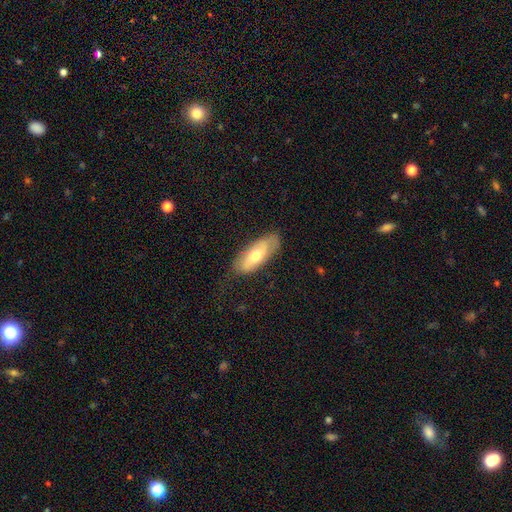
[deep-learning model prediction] Smooth or featured?
  - smooth: 57% *
  - featured or disk: 37%
  - star or artifact: 6%
How rounded?
  - in between: 76% *
  - cigar-shaped: 22%
  - round: 2%
Merging?
  - none: 76% *
  - minor disturbance: 18%
  - major disturbance: 5%
  - merger: 1%